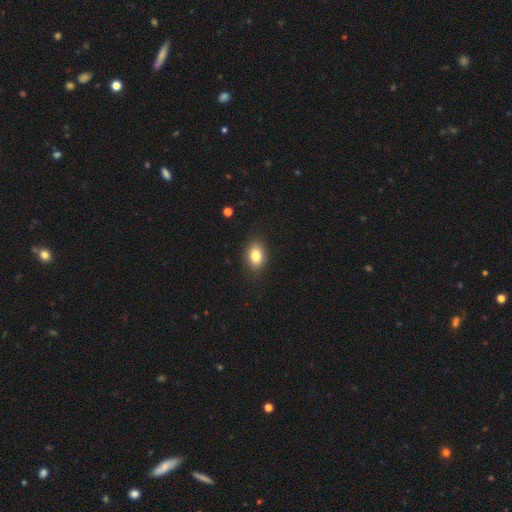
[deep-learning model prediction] This is clearly a smooth galaxy (82%). How rounded: likely in between (79%). Merging: clearly none (87%).